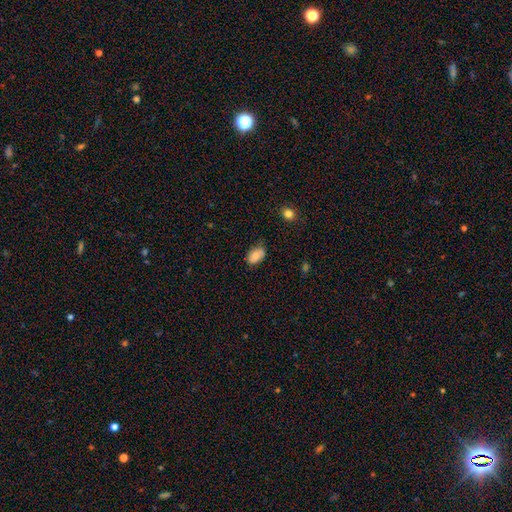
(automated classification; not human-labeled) Morphology: type=smooth (80%); roundness=in between (90%); merging=none (67%).